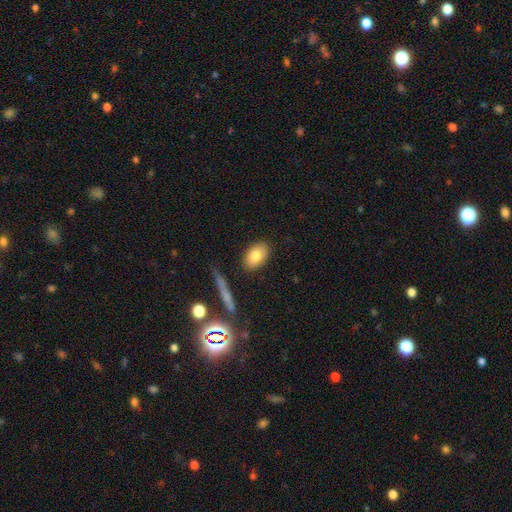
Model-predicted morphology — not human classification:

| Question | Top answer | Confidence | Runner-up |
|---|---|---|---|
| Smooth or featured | smooth | 80% | featured or disk (12%) |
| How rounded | in between | 87% | round (10%) |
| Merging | none | 85% | minor disturbance (10%) |